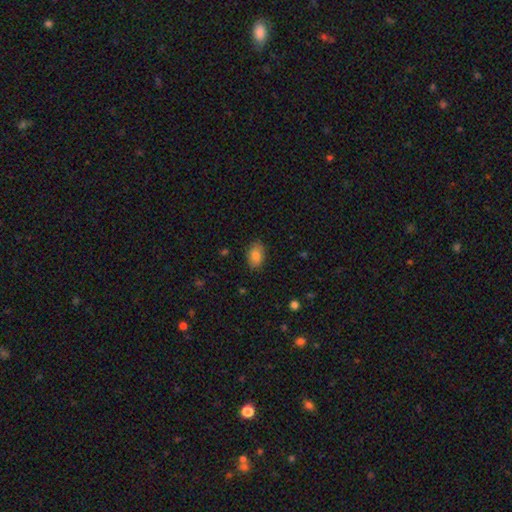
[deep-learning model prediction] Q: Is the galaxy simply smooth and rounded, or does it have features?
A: smooth — 85%.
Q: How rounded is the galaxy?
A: in between — 87%.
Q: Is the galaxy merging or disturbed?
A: none — 83%.